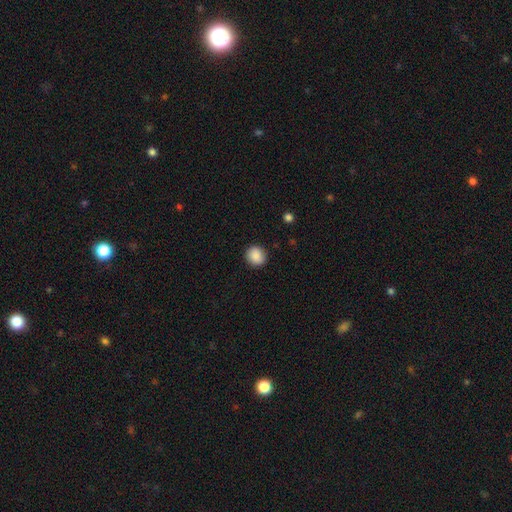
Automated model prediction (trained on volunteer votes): smooth 88%, star or artifact 8%, featured or disk 4%. Down the decision tree: how rounded — round (87%); merging — none (90%).